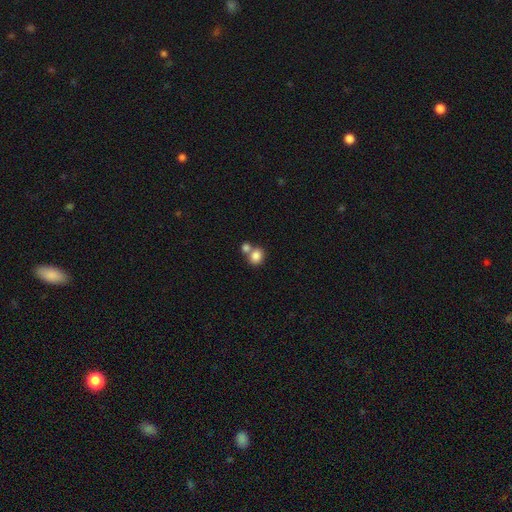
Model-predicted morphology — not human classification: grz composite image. It shows a smooth galaxy with no disk features (84%) that is round (60%). Merging: none (46%).